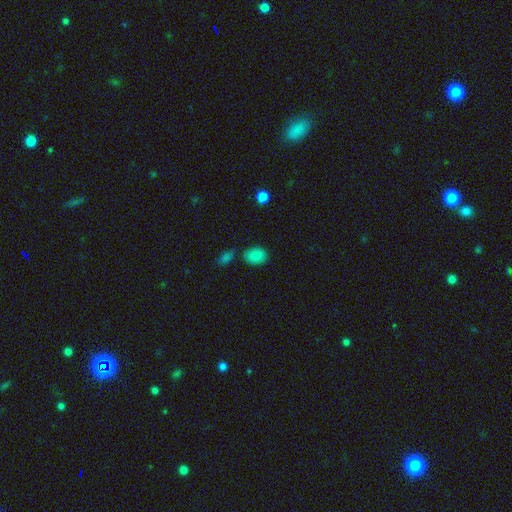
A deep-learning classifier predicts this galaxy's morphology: type=smooth (85%); roundness=in between (72%); merging=none (73%).